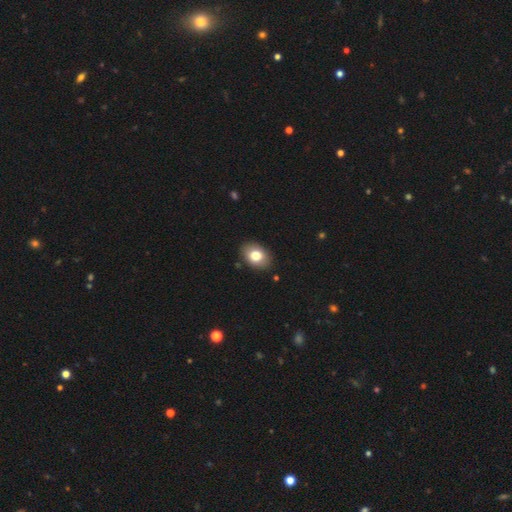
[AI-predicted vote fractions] Smooth or featured? smooth (79%)
How rounded? in between (71%)
Merging? none (87%)